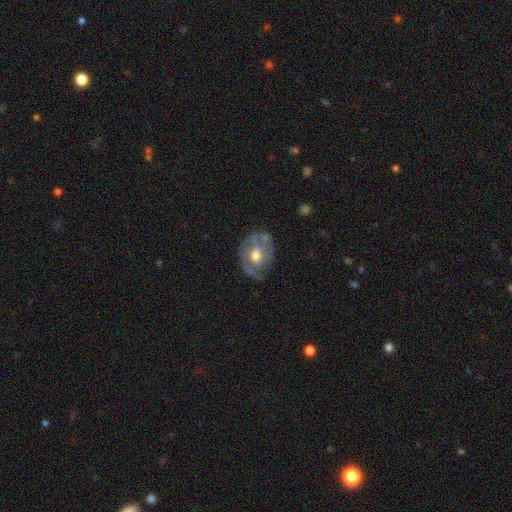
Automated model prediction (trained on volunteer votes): This is likely a featured or disk galaxy (71%). It is clearly not viewed edge-on (96%). Bar: likely no (67%). Spiral arm pattern: likely yes (76%). Spiral arm count: possibly 2 (48%). Spiral winding: possibly tight (47%). Central bulge: likely moderate (73%). Merging: likely none (61%).